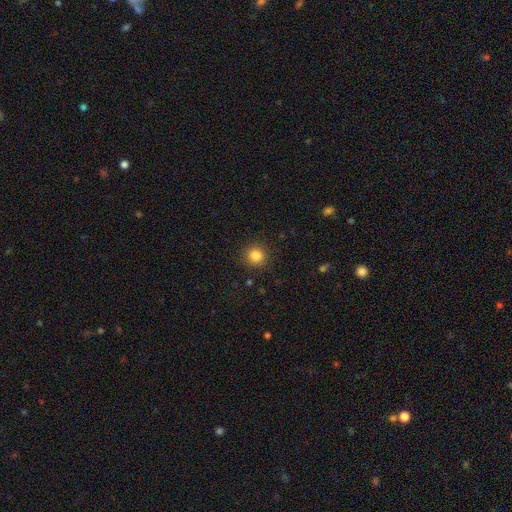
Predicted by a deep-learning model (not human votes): The model was most divided on "smooth or featured": smooth: 84%, star or artifact: 12%, featured or disk: 4%. More confident: how rounded — round (93%); merging — none (90%).